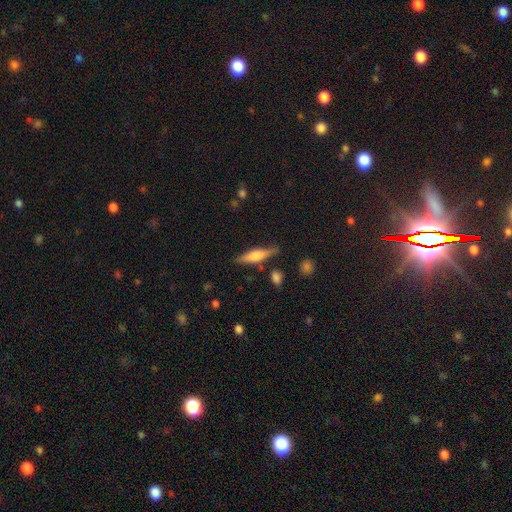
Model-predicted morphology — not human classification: This is possibly a smooth galaxy (49%). Merging: likely none (78%).